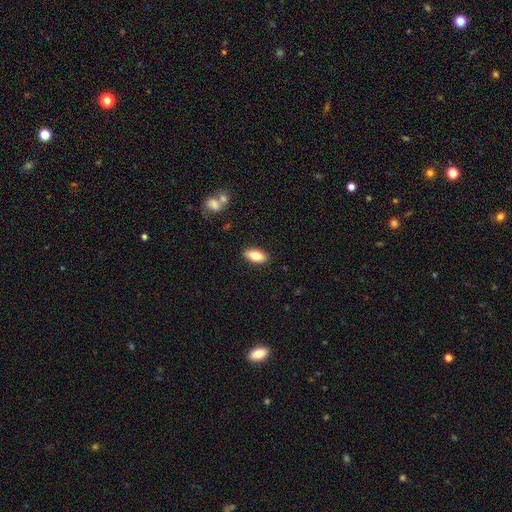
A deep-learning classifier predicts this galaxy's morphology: A smooth galaxy with no disk features (79%) that is in between round and cigar-shaped (87%).

Vote fractions:
- Smooth or featured? smooth: 79% / featured or disk: 14% / star or artifact: 7%
- How rounded? in between: 87% / cigar-shaped: 10% / round: 3%
- Merging? none: 89% / minor disturbance: 8% / major disturbance: 2% / merger: 1%